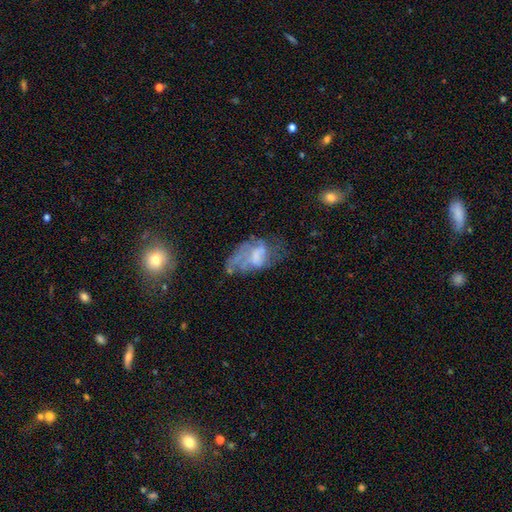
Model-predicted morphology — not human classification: Smooth or featured?
  - featured or disk: 53% *
  - smooth: 35%
  - star or artifact: 12%
Edge-on disk?
  - no: 96% *
  - yes: 4%
Bar?
  - no: 69% *
  - weak: 24%
  - strong: 7%
Spiral arms?
  - no: 71% *
  - yes: 29%
Bulge size?
  - none: 49% *
  - moderate: 22%
  - small: 18%
  - large: 10%
  - dominant: 2%
Merging?
  - major disturbance: 39% *
  - none: 28%
  - minor disturbance: 23%
  - merger: 9%